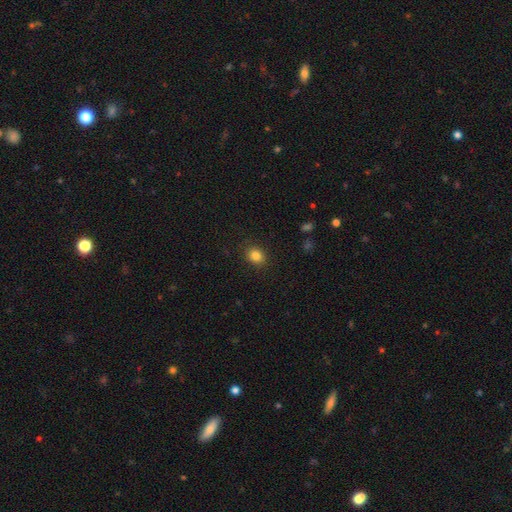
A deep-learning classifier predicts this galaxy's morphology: Smooth or featured: smooth — 84% (star or artifact — 11%)
How rounded: round — 58% (in between — 41%)
Merging: none — 89% (minor disturbance — 8%)